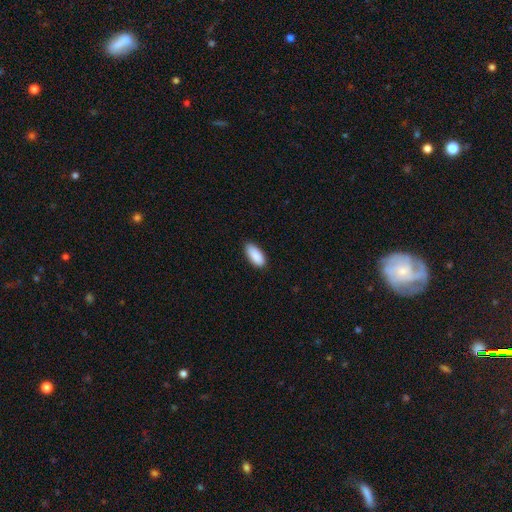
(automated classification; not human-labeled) The model was most divided on "merging": none: 85%, minor disturbance: 12%, major disturbance: 2%, merger: 1%. More confident: smooth or featured — smooth (90%); how rounded — in between (88%).